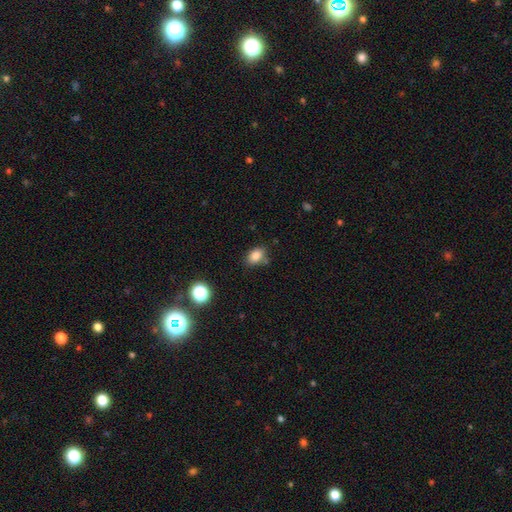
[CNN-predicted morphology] Overall: smooth (84%). How rounded: in between (79%). Merging: none (71%).